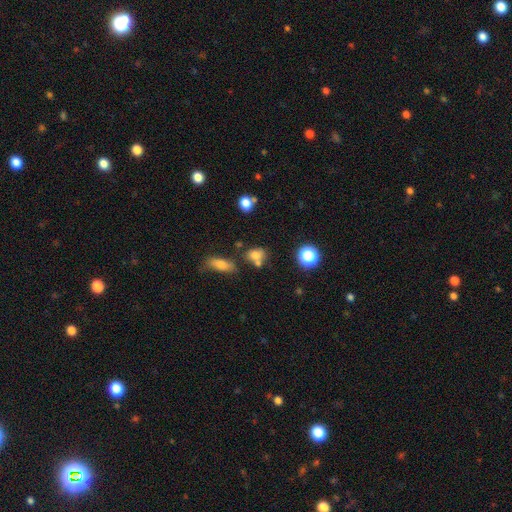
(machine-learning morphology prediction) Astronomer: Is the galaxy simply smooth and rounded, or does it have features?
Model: smooth — 74%.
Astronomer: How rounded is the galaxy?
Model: in between — 52% (runner-up: round, 46%).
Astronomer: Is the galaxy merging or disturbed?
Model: none — 54%.